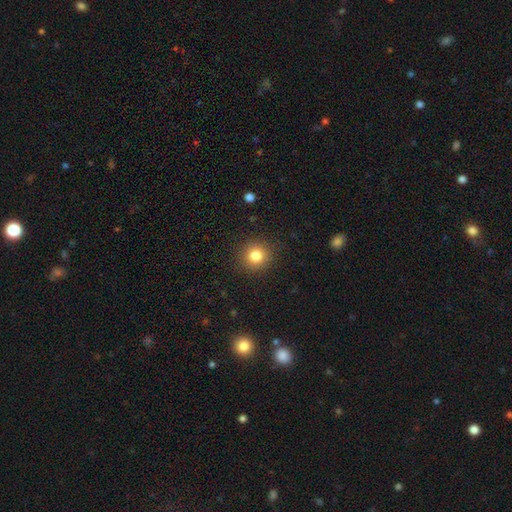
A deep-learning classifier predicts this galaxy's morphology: Smooth or featured? smooth (82%)
How rounded? round (91%)
Merging? none (90%)